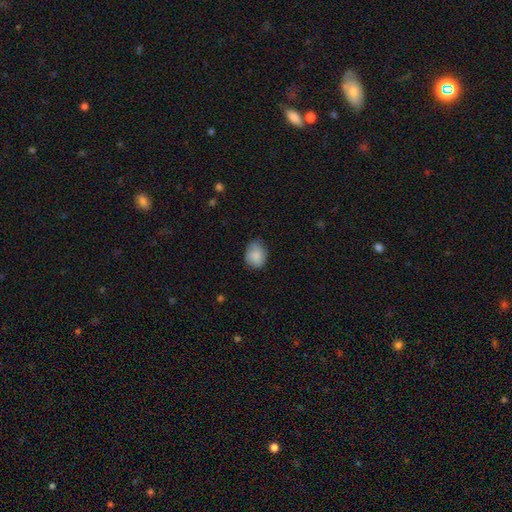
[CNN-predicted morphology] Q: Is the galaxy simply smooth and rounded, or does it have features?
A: smooth — 83%.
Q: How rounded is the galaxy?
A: round — 50%.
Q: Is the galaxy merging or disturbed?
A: none — 69%.